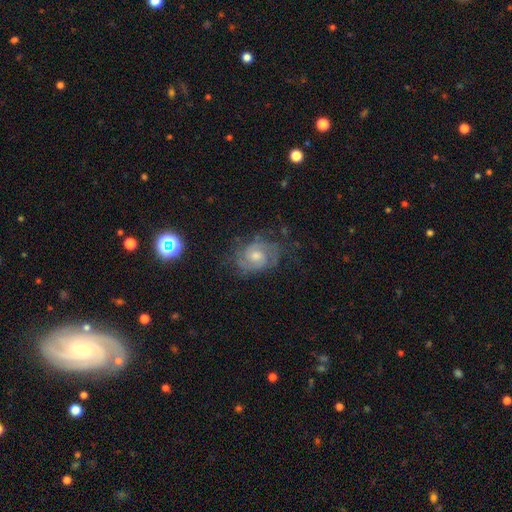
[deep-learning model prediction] Morphology: type=featured or disk (79%); edge-on=no (97%); bar=no (63%); spiral arms=yes (93%); winding=tight (52%); arm count=2 (57%); bulge=moderate (58%); merging=none (66%).